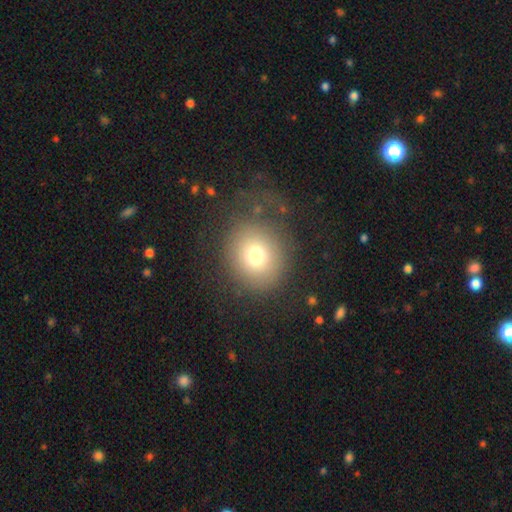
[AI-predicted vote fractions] Smooth or featured? Predicted: smooth (p=0.73). How rounded? Predicted: round (p=0.83). Merging? Predicted: none (p=0.68).